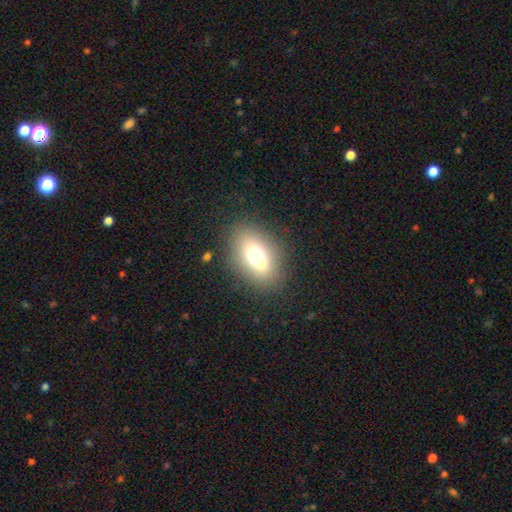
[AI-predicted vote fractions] smooth-or-featured: smooth: 65% | featured or disk: 21% | star or artifact: 14%
  how-rounded: in between: 76% | round: 22% | cigar-shaped: 3%
  merging: none: 76% | minor disturbance: 12% | merger: 6% | major disturbance: 6%